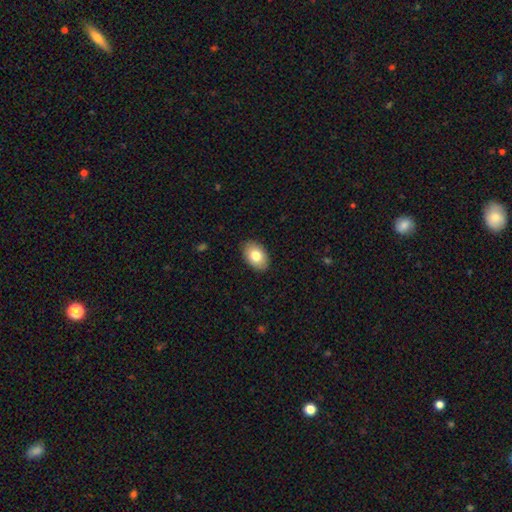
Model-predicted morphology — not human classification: A smooth galaxy with no disk features (79%) that is in between round and cigar-shaped (86%). Merging: none (89%).